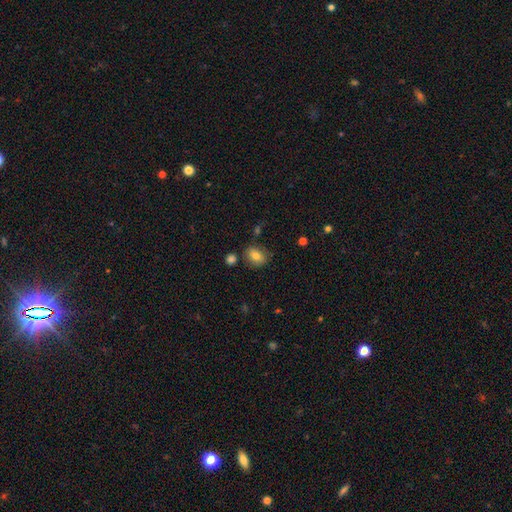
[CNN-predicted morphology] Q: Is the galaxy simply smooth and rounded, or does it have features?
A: smooth — 78%.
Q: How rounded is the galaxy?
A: in between — 57%.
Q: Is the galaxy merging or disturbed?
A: none — 77%.